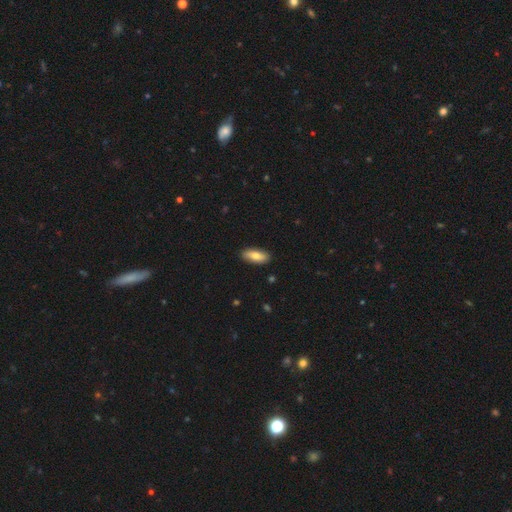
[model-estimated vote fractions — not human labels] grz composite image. It shows a smooth galaxy with no disk features (78%) that is in between round and cigar-shaped (79%). Merging: none (88%).